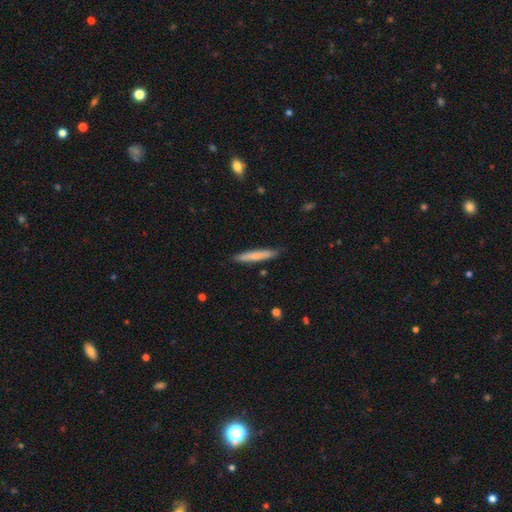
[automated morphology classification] This appears to be a smooth galaxy with no disk features (70%) that is cigar-shaped (95%). Merging: none (87%).